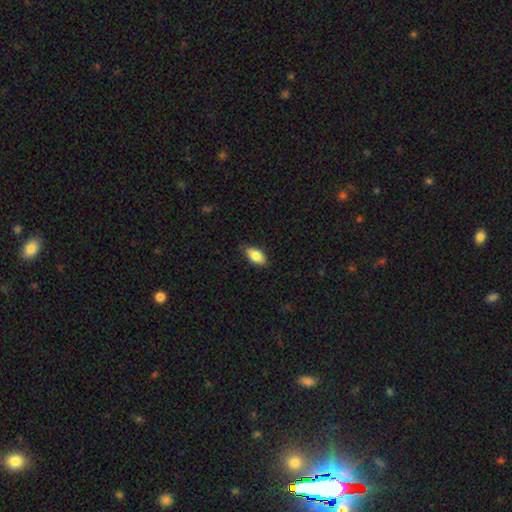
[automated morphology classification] Smooth or featured: smooth — 83% (featured or disk — 11%)
How rounded: in between — 90% (cigar-shaped — 7%)
Merging: none — 79% (minor disturbance — 18%)